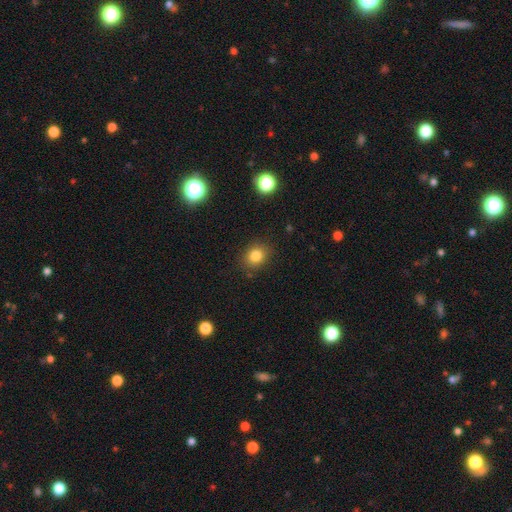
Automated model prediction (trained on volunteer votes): Smooth or featured? smooth (82%)
How rounded? round (58%)
Merging? none (86%)